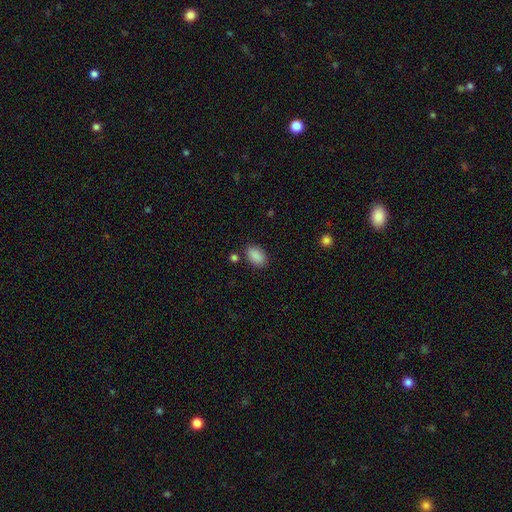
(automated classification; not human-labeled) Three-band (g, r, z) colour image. It shows a smooth galaxy with no disk features (89%) that is in between round and cigar-shaped (87%). Merging: none (81%).